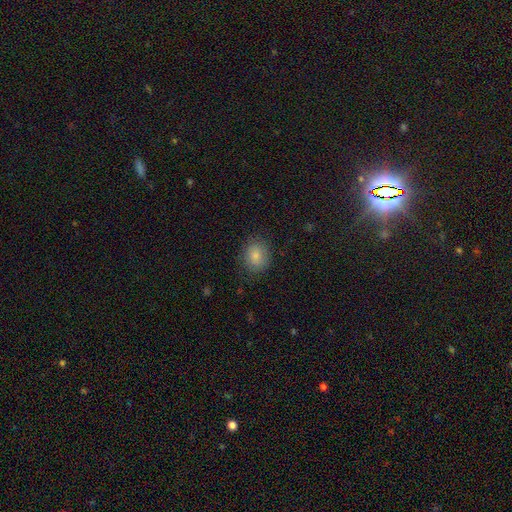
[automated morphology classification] smooth-or-featured: smooth: 83% | star or artifact: 9% | featured or disk: 8%
  how-rounded: round: 69% | in between: 30% | cigar-shaped: 1%
  merging: none: 82% | minor disturbance: 13% | major disturbance: 4% | merger: 1%